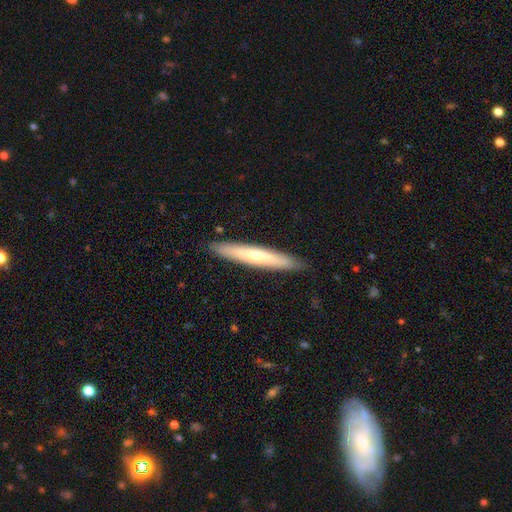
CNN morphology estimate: This appears to be a smooth galaxy with no disk features (48%). Merging: none (89%).